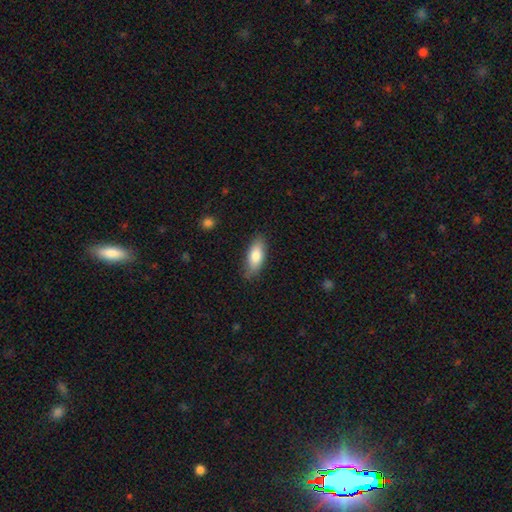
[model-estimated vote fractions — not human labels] Overall: smooth (79%). How rounded: in between (78%). Merging: none (78%).